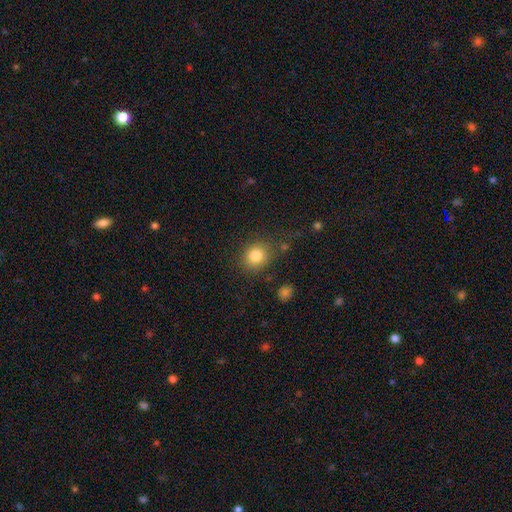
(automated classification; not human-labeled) Smooth or featured?
  - smooth: 83% *
  - star or artifact: 10%
  - featured or disk: 6%
How rounded?
  - round: 75% *
  - in between: 24%
  - cigar-shaped: 1%
Merging?
  - none: 79% *
  - minor disturbance: 12%
  - major disturbance: 5%
  - merger: 4%